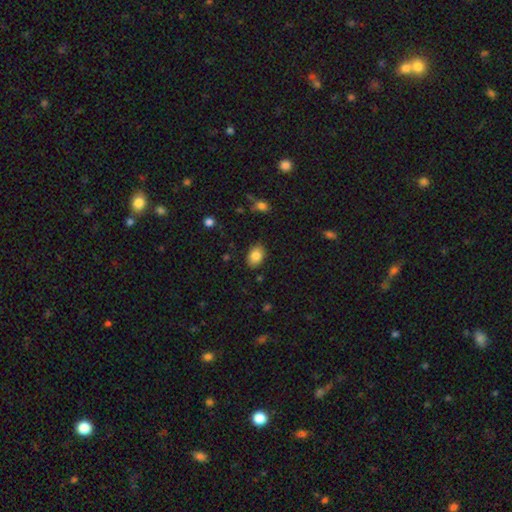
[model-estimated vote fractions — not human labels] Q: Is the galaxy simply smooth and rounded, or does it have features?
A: smooth — 85%.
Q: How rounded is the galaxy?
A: in between — 80%.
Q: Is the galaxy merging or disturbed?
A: none — 85%.